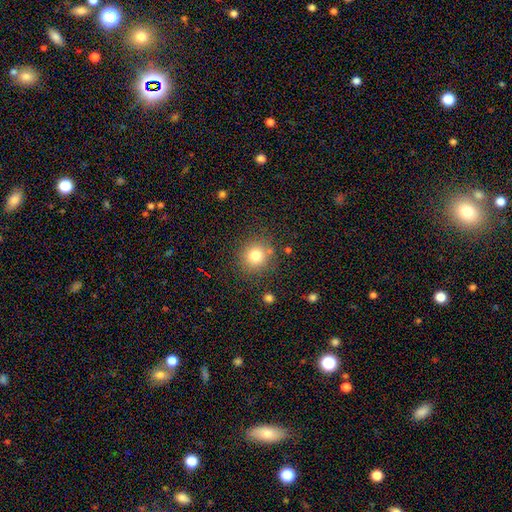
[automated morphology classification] smooth 79%, star or artifact 13%, featured or disk 8%. Down the decision tree: how rounded — round (91%); merging — none (83%).